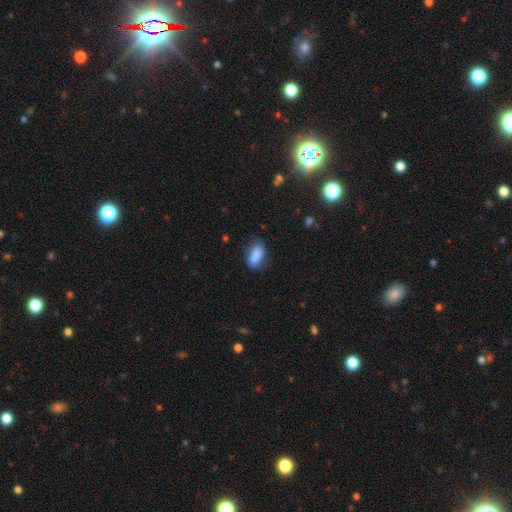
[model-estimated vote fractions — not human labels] Smooth or featured? smooth (84%)
How rounded? in between (85%)
Merging? none (62%)